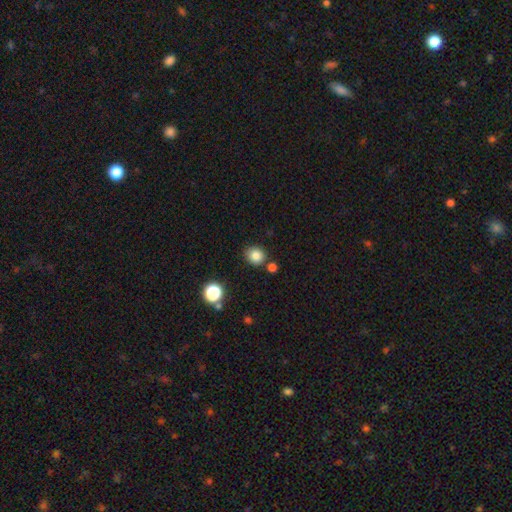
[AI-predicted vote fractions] Morphology: type=smooth (83%); roundness=round (81%); merging=none (80%).